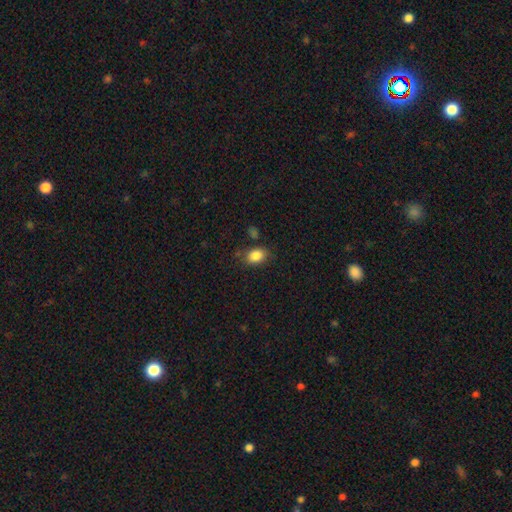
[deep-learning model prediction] Smooth or featured? Predicted: smooth (p=0.85). How rounded? Predicted: in between (p=0.74). Merging? Predicted: none (p=0.76).